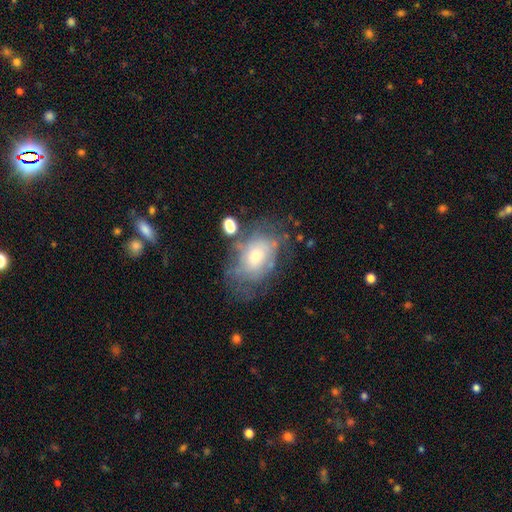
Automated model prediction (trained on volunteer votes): A featured or disk galaxy (56%) with no bar (79%), spiral arms (58%) and a small central bulge (45%).

Vote fractions:
- Smooth or featured? featured or disk: 56% / smooth: 34% / star or artifact: 10%
- Edge-on disk? no: 95% / yes: 5%
- Bar? no: 79% / weak: 18% / strong: 3%
- Spiral arms? yes: 58% / no: 42%
- Bulge size? small: 45% / moderate: 43% / large: 7% / none: 2% / dominant: 2%
- Merging? none: 52% / minor disturbance: 24% / major disturbance: 19% / merger: 6%